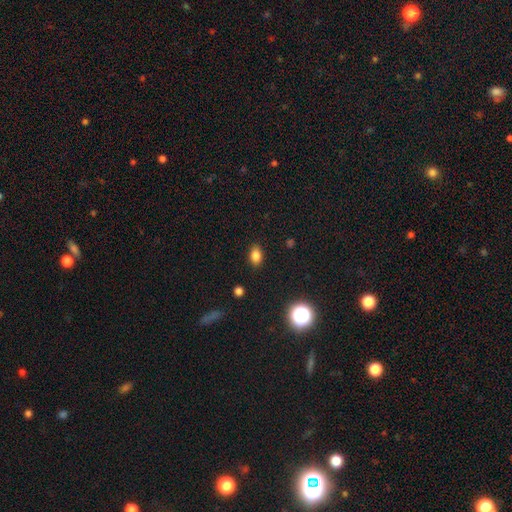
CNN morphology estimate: This appears to be a smooth galaxy with no disk features (82%) that is in between round and cigar-shaped (82%). Merging: none (88%).